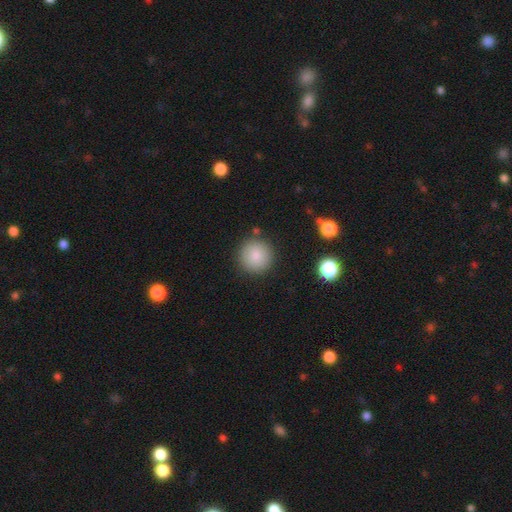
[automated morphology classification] smooth 85%, star or artifact 9%, featured or disk 6%. Down the decision tree: how rounded — round (95%); merging — none (87%).